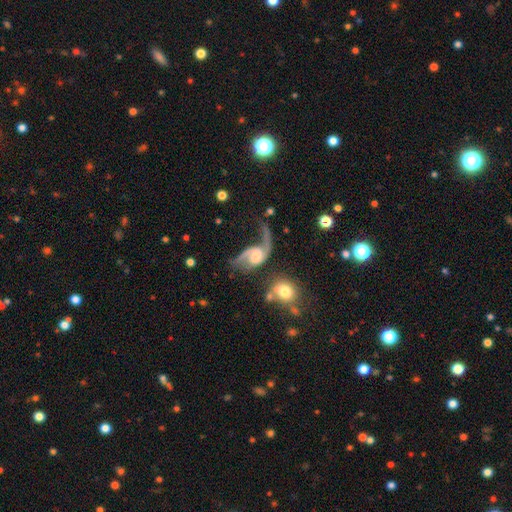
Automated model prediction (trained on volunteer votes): Smooth or featured? featured or disk (85%)
Edge-on disk? no (97%)
Bar? no (48%)
Spiral arms? yes (94%)
Spiral winding? loose (68%)
Spiral arm count? 2 (75%)
Bulge size? moderate (33%)
Merging? major disturbance (40%)